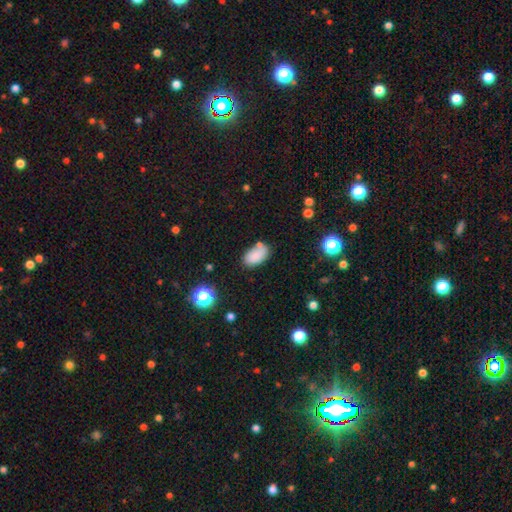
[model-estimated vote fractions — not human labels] Smooth or featured? Predicted: smooth (p=0.82). How rounded? Predicted: in between (p=0.93). Merging? Predicted: none (p=0.63).